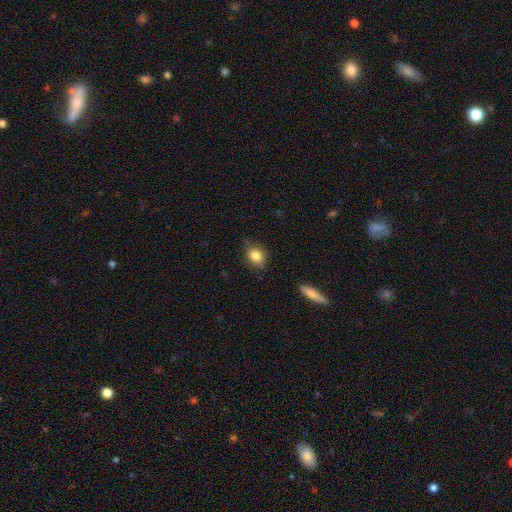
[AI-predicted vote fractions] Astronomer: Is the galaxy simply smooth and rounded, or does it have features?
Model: smooth — 83%.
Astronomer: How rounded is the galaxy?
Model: in between — 56% (runner-up: round, 42%).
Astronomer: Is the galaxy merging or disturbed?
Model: none — 78%.